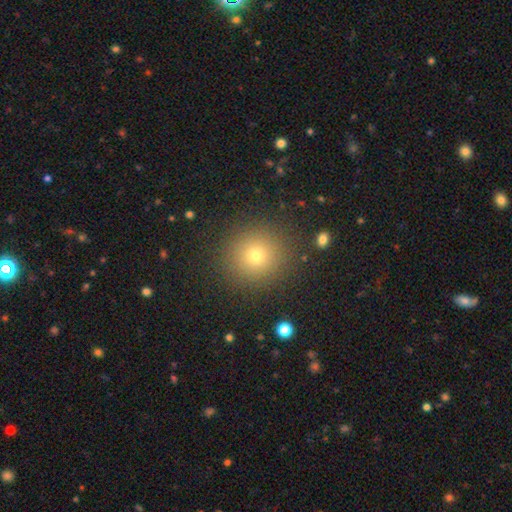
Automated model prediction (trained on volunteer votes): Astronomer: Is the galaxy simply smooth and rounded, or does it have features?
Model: smooth — 72%.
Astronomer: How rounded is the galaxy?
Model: round — 93%.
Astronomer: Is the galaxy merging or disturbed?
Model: none — 89%.